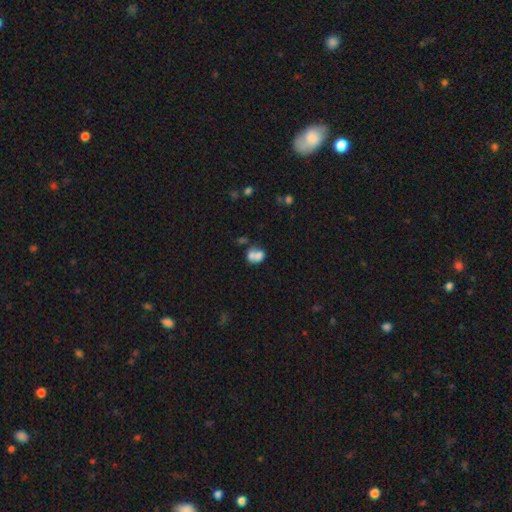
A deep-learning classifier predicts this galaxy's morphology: Smooth or featured: smooth — 68% (featured or disk — 22%)
How rounded: in between — 53% (round — 46%)
Merging: merger — 63% (none — 23%)